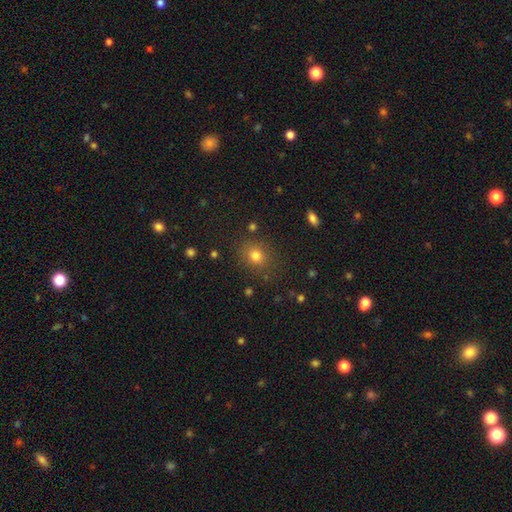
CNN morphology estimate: A smooth galaxy with no disk features (78%) that is round (70%).

Vote fractions:
- Smooth or featured? smooth: 78% / star or artifact: 15% / featured or disk: 7%
- How rounded? round: 70% / in between: 29% / cigar-shaped: 1%
- Merging? none: 83% / minor disturbance: 11% / major disturbance: 4% / merger: 2%